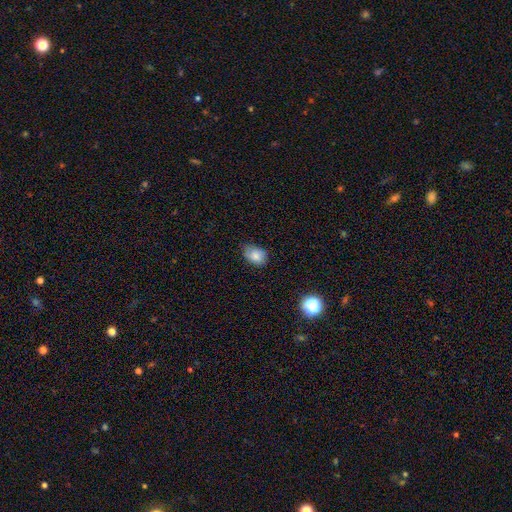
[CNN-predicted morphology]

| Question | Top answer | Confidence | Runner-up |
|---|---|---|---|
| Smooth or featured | smooth | 82% | star or artifact (10%) |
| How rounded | in between | 72% | round (27%) |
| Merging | none | 62% | minor disturbance (31%) |